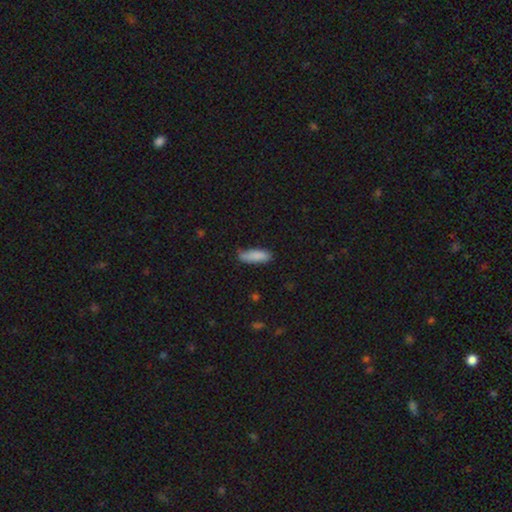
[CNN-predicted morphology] The model was most divided on "how rounded": in between: 59%, cigar-shaped: 39%, round: 2%. More confident: smooth or featured — smooth (86%); merging — none (68%).